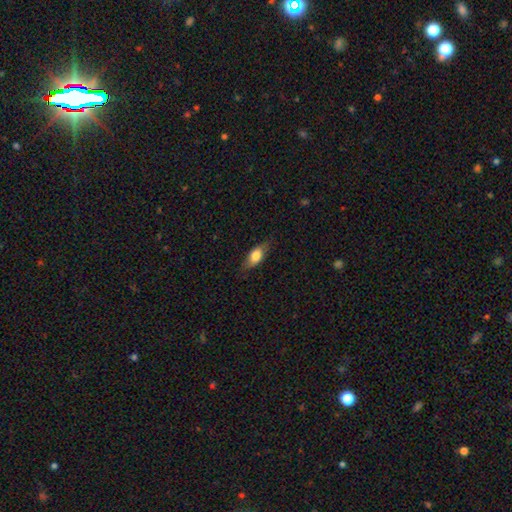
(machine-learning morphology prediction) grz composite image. It shows a smooth galaxy with no disk features (71%) that is in between round and cigar-shaped (79%). Merging: none (78%).